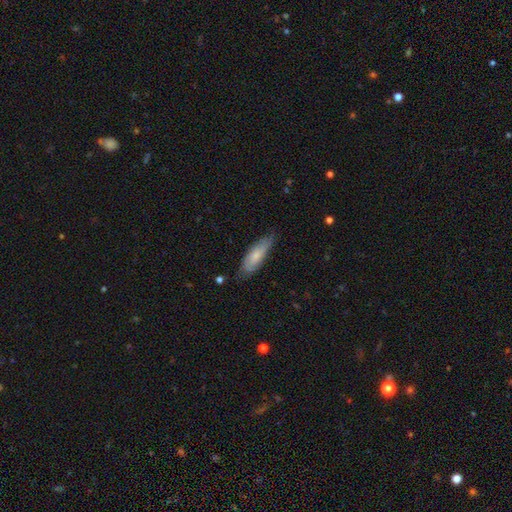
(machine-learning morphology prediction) The model was most divided on "how rounded": in between: 51%, cigar-shaped: 48%, round: 2%. More confident: merging — none (66%); smooth or featured — smooth (64%).